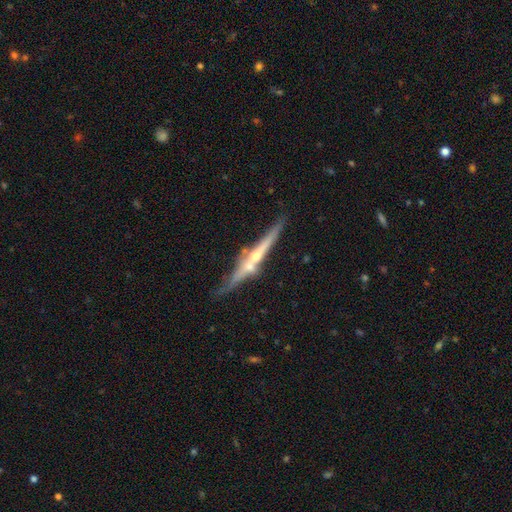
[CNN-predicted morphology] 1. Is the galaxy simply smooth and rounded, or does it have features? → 71% featured or disk, 22% smooth, 6% star or artifact.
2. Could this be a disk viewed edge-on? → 95% yes, 5% no.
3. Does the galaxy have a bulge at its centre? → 80% rounded, 15% none, 5% boxy.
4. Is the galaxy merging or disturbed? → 63% none, 19% merger, 14% minor disturbance, 4% major disturbance.